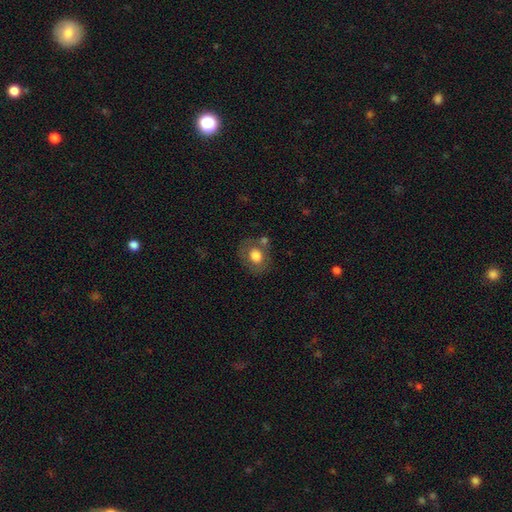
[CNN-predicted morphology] The model was most divided on "how rounded": round: 54%, in between: 45%, cigar-shaped: 1%. More confident: smooth or featured — smooth (70%); merging — none (67%).